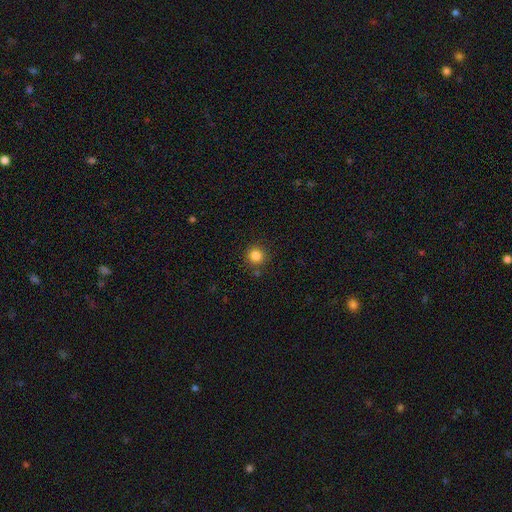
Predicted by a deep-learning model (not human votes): Smooth or featured: smooth — 83% (star or artifact — 12%)
How rounded: round — 94% (in between — 5%)
Merging: none — 87% (minor disturbance — 8%)